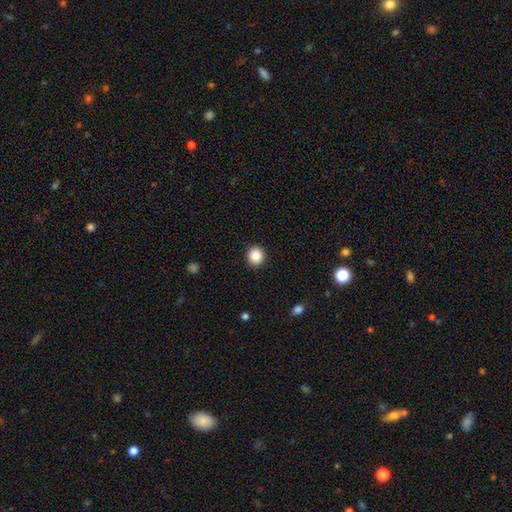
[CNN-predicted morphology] A smooth galaxy with no disk features (88%) that is round (92%). Merging: none (92%).